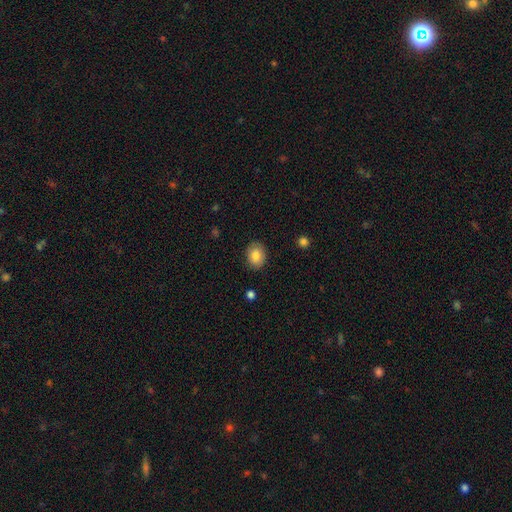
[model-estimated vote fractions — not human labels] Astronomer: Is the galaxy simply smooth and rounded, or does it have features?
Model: smooth — 84%.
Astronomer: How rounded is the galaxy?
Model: in between — 55% (runner-up: round, 44%).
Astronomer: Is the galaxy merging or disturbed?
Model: none — 87%.